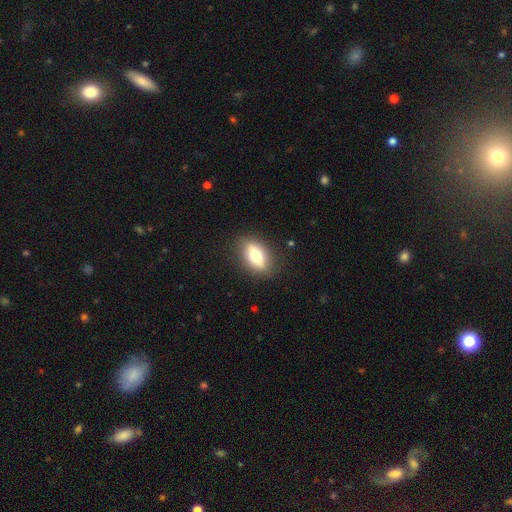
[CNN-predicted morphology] Smooth or featured? smooth (54%)
How rounded? in between (71%)
Merging? none (86%)